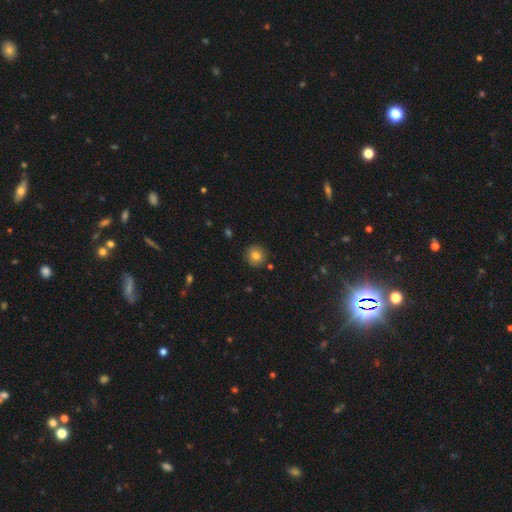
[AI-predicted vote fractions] This appears to be a smooth galaxy with no disk features (80%) that is round (91%). Merging: none (88%).